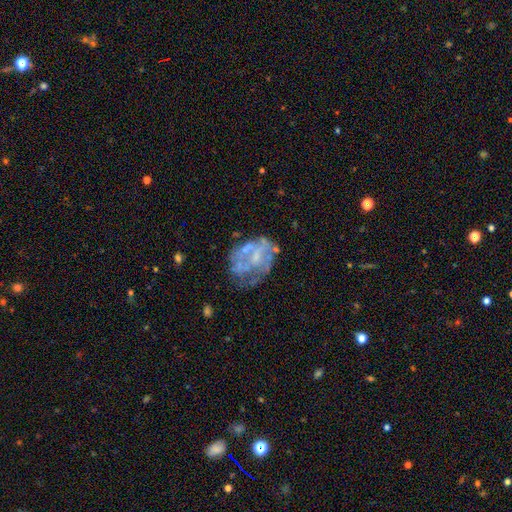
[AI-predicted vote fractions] Morphology: type=featured or disk (71%); edge-on=no (98%); bar=no (74%); spiral arms=no (73%); bulge=none (41%); merging=none (45%).